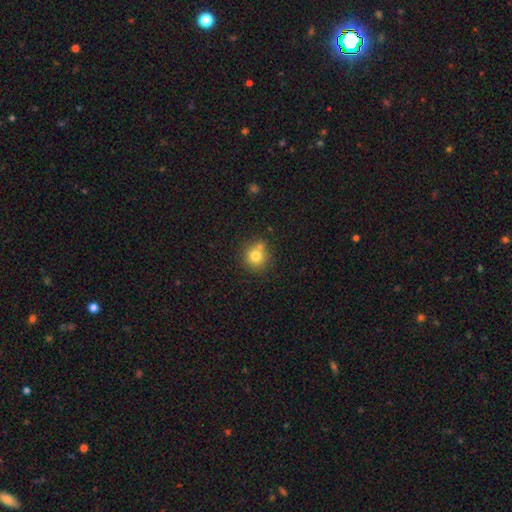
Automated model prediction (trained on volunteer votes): Morphology: type=smooth (78%); roundness=round (89%); merging=none (65%).